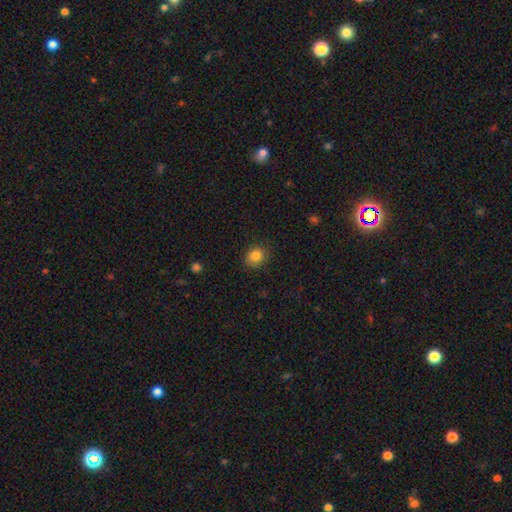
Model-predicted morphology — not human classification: smooth 84%, star or artifact 10%, featured or disk 6%. Down the decision tree: how rounded — round (65%); merging — none (84%).